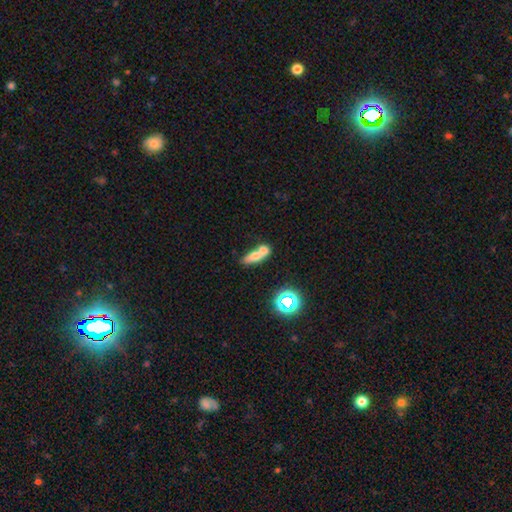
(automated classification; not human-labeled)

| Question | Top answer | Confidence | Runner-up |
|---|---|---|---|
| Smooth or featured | smooth | 62% | featured or disk (25%) |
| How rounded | in between | 59% | cigar-shaped (29%) |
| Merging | merger | 57% | none (29%) |